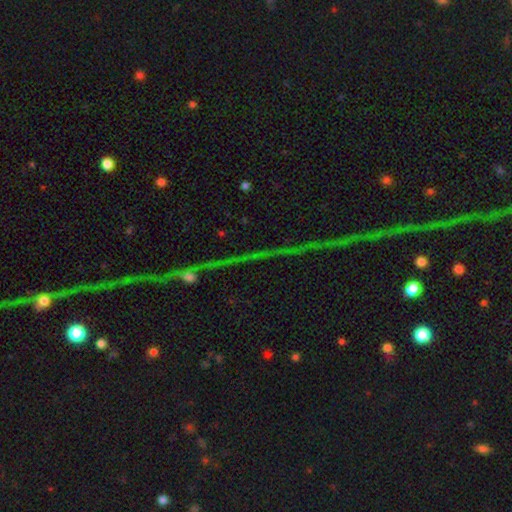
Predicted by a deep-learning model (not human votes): A star or artifact, not a galaxy (72%).